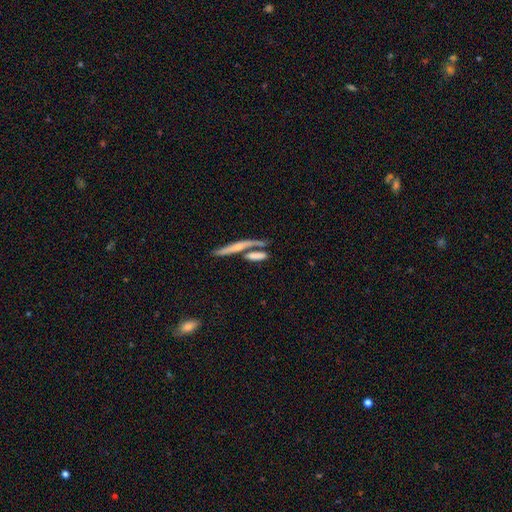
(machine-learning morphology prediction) type=smooth (58%); roundness=cigar-shaped (71%); merging=none (46%).